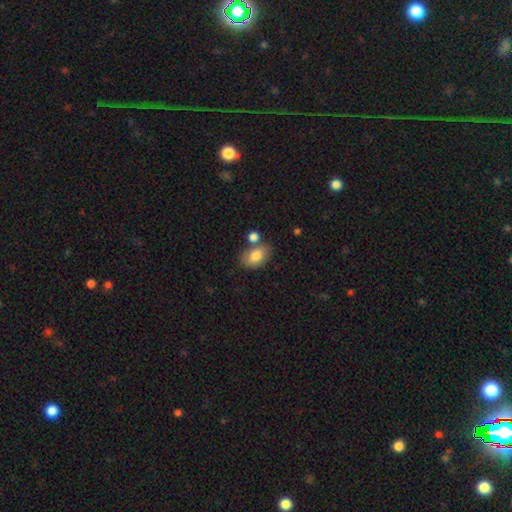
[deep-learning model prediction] Smooth or featured? Predicted: smooth (p=0.80). How rounded? Predicted: in between (p=0.88). Merging? Predicted: none (p=0.63).